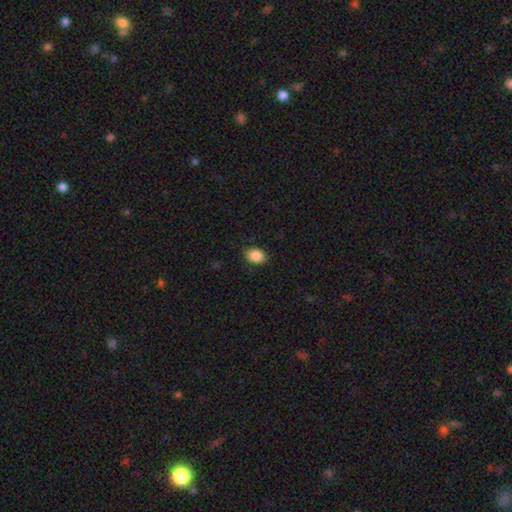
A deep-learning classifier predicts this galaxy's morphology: This is clearly a smooth galaxy (87%). How rounded: likely in between (69%). Merging: clearly none (85%).